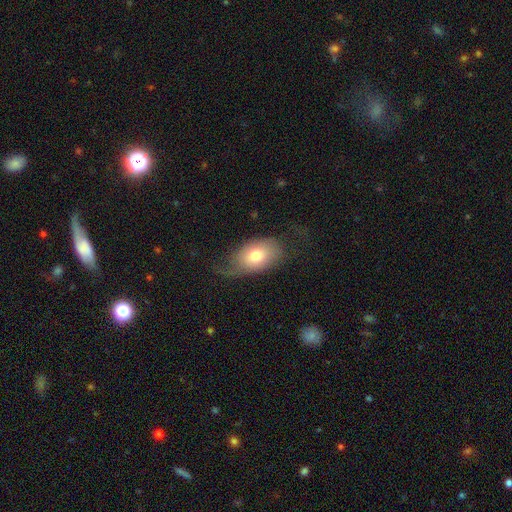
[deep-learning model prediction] A smooth galaxy with no disk features (66%) that is in between round and cigar-shaped (86%). Merging: none (45%).